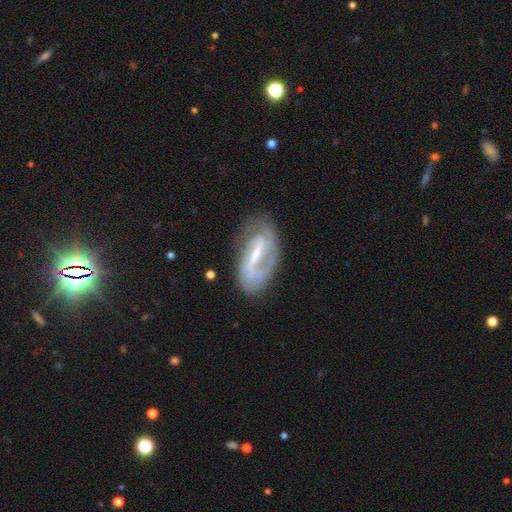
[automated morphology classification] Smooth or featured? featured or disk (74%)
Edge-on disk? no (91%)
Bar? strong (56%)
Spiral arms? yes (79%)
Spiral winding? medium (37%)
Spiral arm count? 2 (52%)
Bulge size? small (44%)
Merging? none (66%)